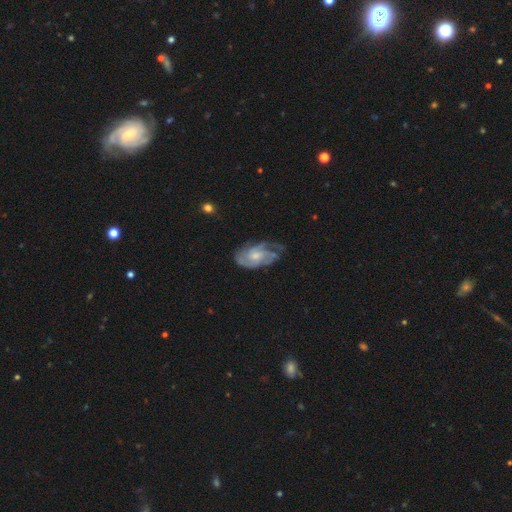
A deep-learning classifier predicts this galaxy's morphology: The model was most divided on "spiral arm count" (2-way tie): 2: 28%, can't tell: 28%, 3: 26%, 4: 8%, 1: 6%, more than 4: 5%. Remaining: edge-on disk — no (96%); spiral arms — yes (94%); smooth or featured — featured or disk (79%); bar — no (64%); merging — none (53%); bulge size — moderate (48%); spiral winding — tight (47%).